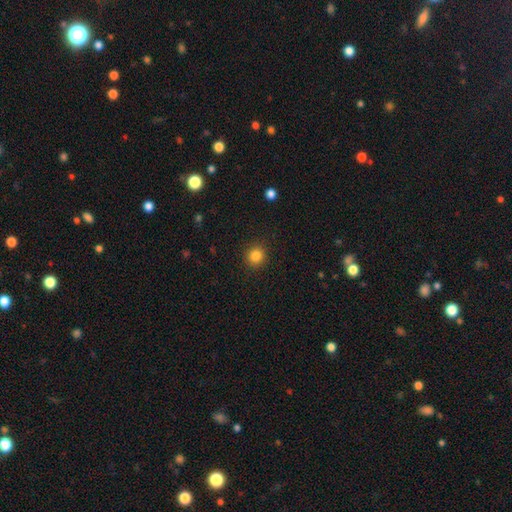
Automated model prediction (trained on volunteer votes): Smooth or featured?
  - smooth: 84% *
  - star or artifact: 11%
  - featured or disk: 4%
How rounded?
  - round: 92% *
  - in between: 7%
  - cigar-shaped: 1%
Merging?
  - none: 91% *
  - minor disturbance: 6%
  - major disturbance: 2%
  - merger: 1%